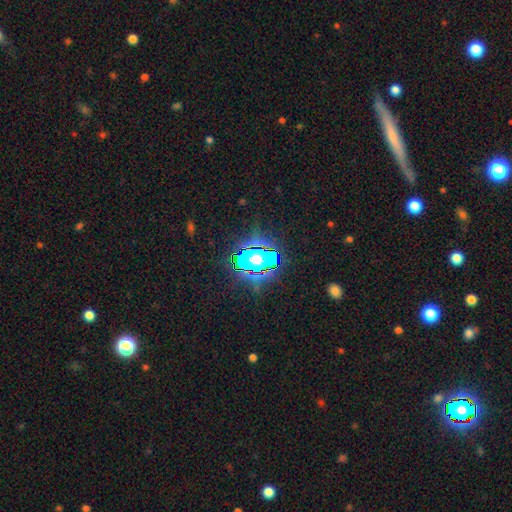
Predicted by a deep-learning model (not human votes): Smooth or featured? star or artifact (53%)